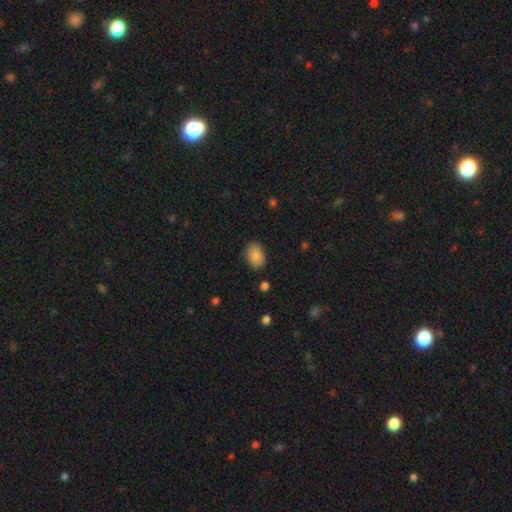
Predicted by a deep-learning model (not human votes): Q: Smooth or featured?
A: smooth (87%); runner-up: star or artifact (7%)
Q: How rounded?
A: in between (84%); runner-up: round (15%)
Q: Merging?
A: none (84%); runner-up: minor disturbance (12%)